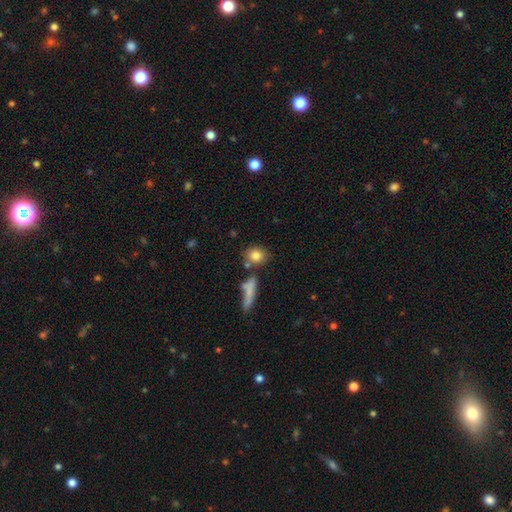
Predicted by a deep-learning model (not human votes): Smooth or featured: smooth — 82% (featured or disk — 10%)
How rounded: round — 63% (in between — 32%)
Merging: none — 69% (merger — 14%)